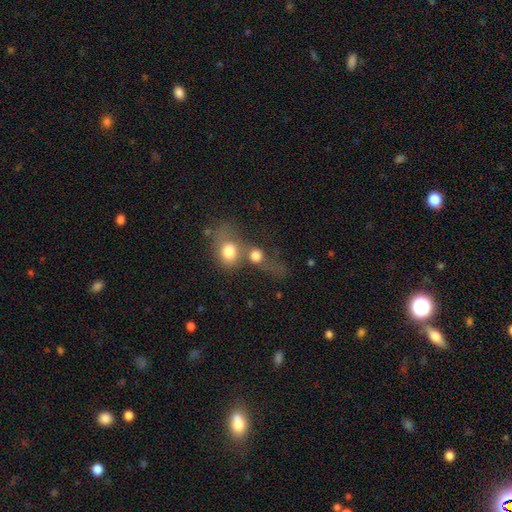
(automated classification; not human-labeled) The model was most divided on "how rounded": round: 66%, in between: 31%, cigar-shaped: 2%. More confident: smooth or featured — smooth (75%); merging — merger (59%).